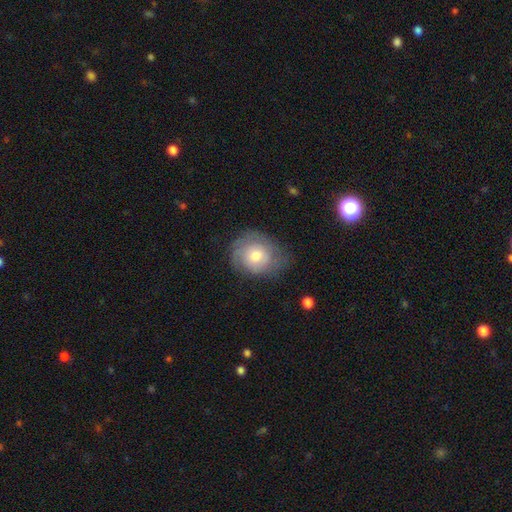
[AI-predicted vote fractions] This appears to be a smooth galaxy with no disk features (50%) that is round (70%). Merging: none (59%).